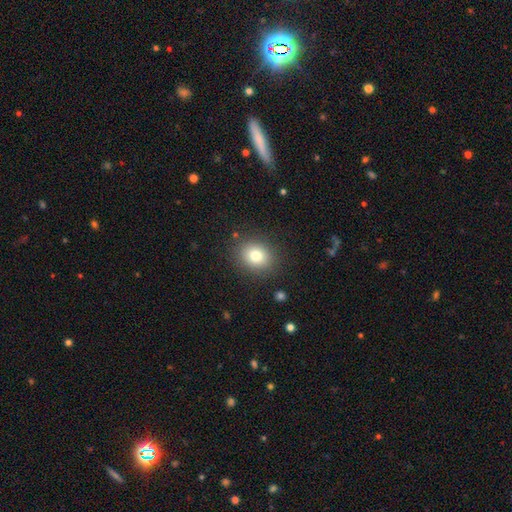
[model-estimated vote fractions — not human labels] This appears to be a smooth galaxy with no disk features (79%) that is round (65%). Merging: none (87%).